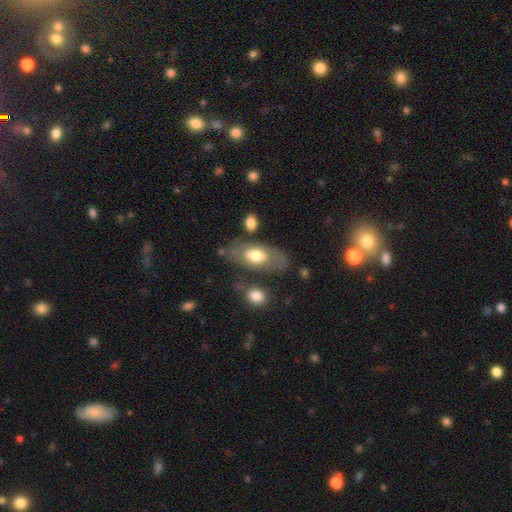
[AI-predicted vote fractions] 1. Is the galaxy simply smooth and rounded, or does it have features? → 59% smooth, 35% featured or disk, 6% star or artifact.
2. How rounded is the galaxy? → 90% in between, 6% round, 4% cigar-shaped.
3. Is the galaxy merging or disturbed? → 61% none, 19% minor disturbance, 10% major disturbance, 10% merger.